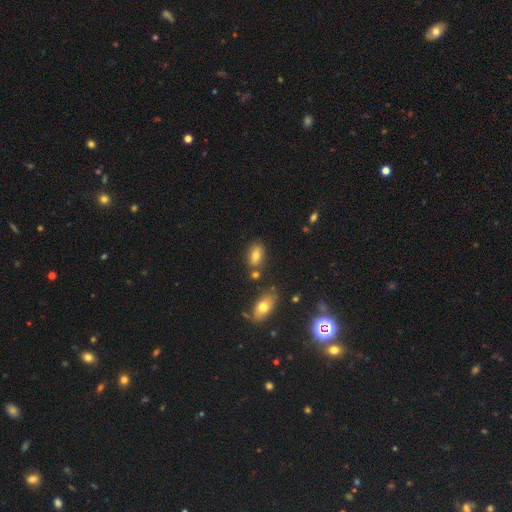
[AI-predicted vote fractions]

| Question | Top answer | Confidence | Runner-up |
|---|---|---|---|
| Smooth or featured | smooth | 75% | featured or disk (14%) |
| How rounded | in between | 87% | round (10%) |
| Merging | none | 73% | minor disturbance (14%) |